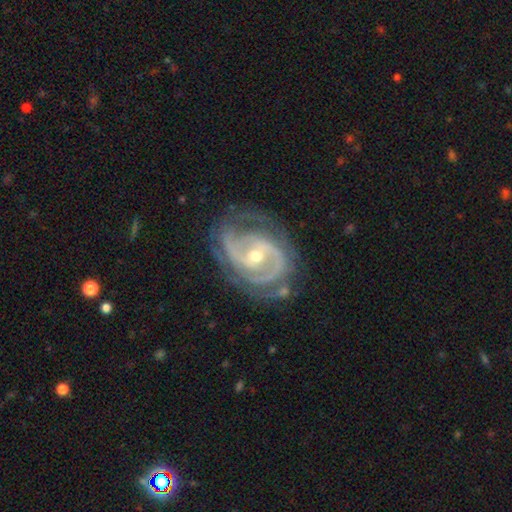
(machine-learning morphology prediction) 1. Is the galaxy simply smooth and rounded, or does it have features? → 91% featured or disk, 5% smooth, 4% star or artifact.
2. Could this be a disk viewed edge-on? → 97% no, 3% yes.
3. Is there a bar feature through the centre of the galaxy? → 42% no, 38% weak, 20% strong.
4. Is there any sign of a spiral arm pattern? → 97% yes, 3% no.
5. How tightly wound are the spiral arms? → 62% tight, 32% medium, 7% loose.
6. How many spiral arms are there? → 50% 2, 23% 3, 14% can't tell, 5% 4, 4% 1, 4% more than 4.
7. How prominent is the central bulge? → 60% moderate, 36% small, 2% large, 1% none, 1% dominant.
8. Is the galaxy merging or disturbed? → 68% none, 20% minor disturbance, 9% major disturbance, 2% merger.